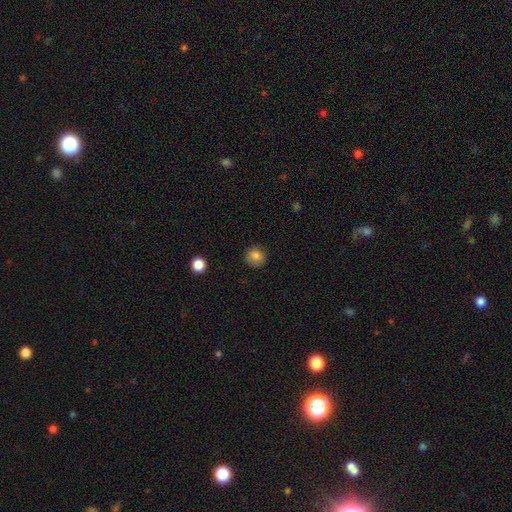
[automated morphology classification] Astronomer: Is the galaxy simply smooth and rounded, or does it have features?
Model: smooth — 83%.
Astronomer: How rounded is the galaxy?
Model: round — 93%.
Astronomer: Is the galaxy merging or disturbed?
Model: none — 89%.